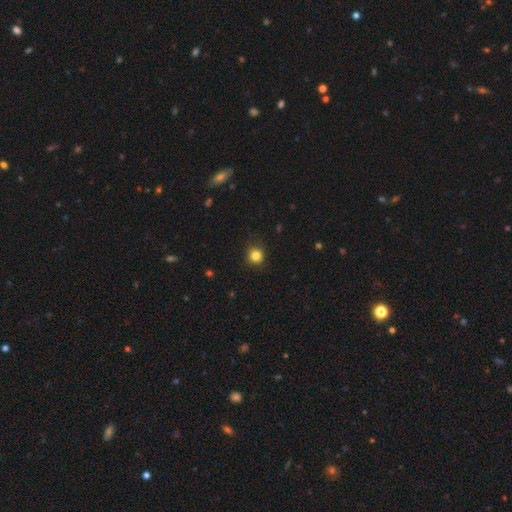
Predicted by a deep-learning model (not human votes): smooth_or_featured: smooth (p=0.82) [alt: star or artifact p=0.13]
how_rounded: round (p=0.90) [alt: in between p=0.09]
merging: none (p=0.86) [alt: minor disturbance p=0.10]